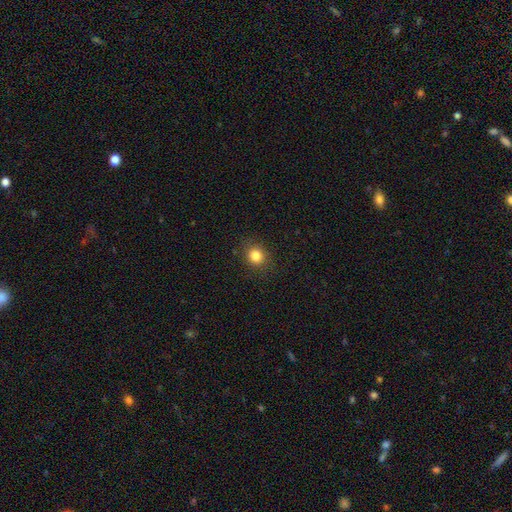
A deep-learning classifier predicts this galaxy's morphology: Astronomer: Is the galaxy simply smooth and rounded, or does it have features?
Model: smooth — 83%.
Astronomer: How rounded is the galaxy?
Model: round — 79%.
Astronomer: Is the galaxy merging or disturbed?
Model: none — 87%.